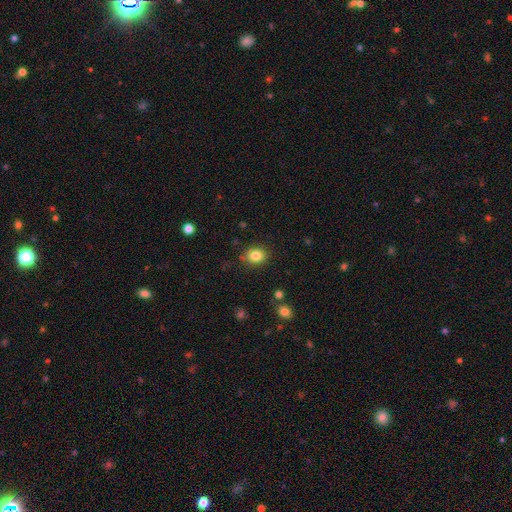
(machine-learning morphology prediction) Overall: smooth (83%). How rounded: round (63%; in between 36%). Merging: none (85%).